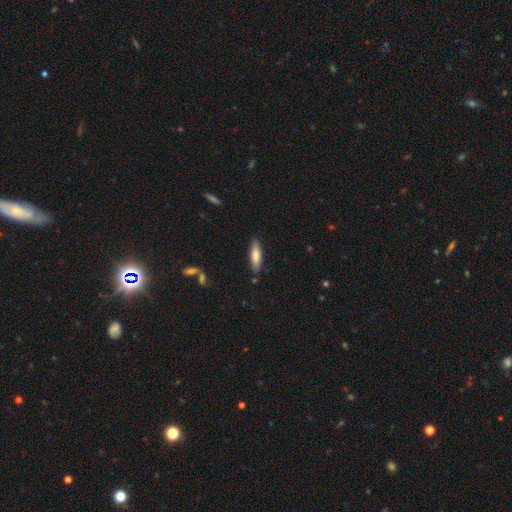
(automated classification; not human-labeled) This is likely a smooth galaxy (77%). How rounded: likely cigar-shaped (60%). Merging: clearly none (85%).